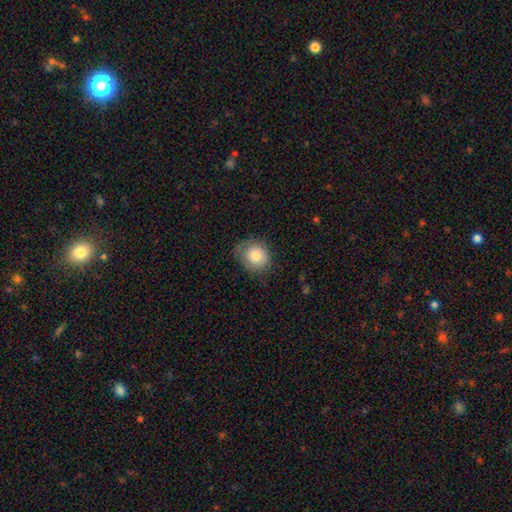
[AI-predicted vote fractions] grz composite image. It shows a smooth galaxy with no disk features (79%) that is round (75%). Merging: none (72%).